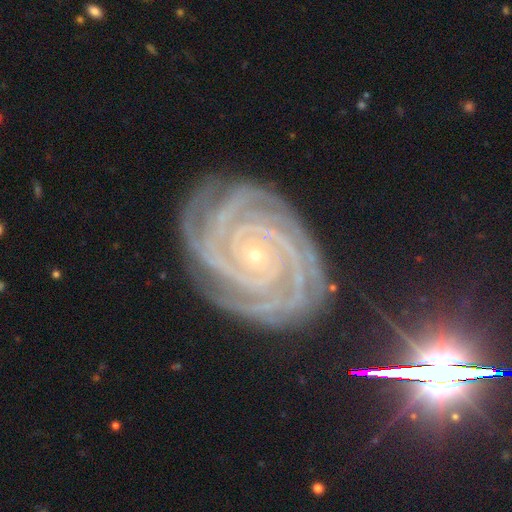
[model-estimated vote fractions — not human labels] This appears to be a featured or disk galaxy (93%) with no bar (71%), 4 (26%) tight (90%) spiral arms (99%) and a small central bulge (88%). Merging: none (81%).